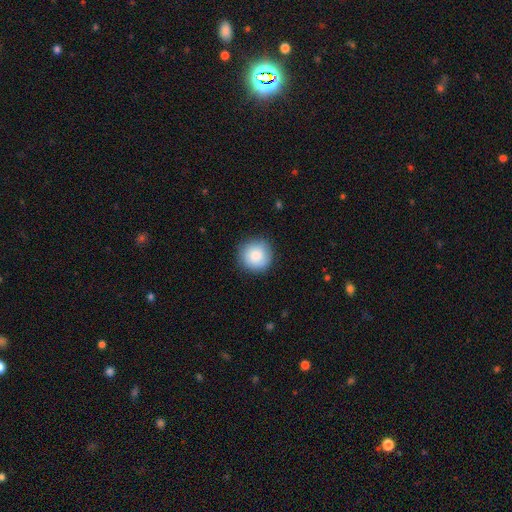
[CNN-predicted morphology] smooth-or-featured: smooth: 84% | featured or disk: 8% | star or artifact: 7%
  how-rounded: round: 95% | in between: 4% | cigar-shaped: 1%
  merging: none: 88% | minor disturbance: 9% | major disturbance: 2% | merger: 1%